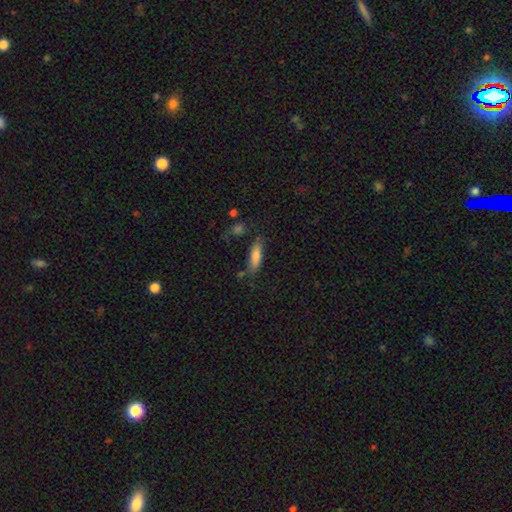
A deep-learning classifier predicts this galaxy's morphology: A smooth galaxy with no disk features (77%) that is cigar-shaped (52%). Merging: none (67%).